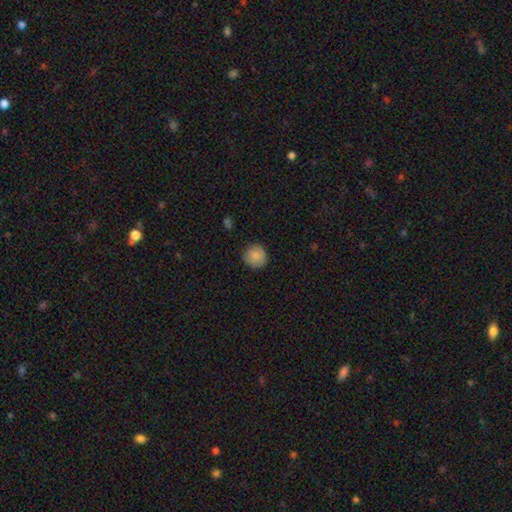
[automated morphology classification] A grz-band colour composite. It shows a smooth galaxy with no disk features (87%) that is round (94%). Merging: none (88%).